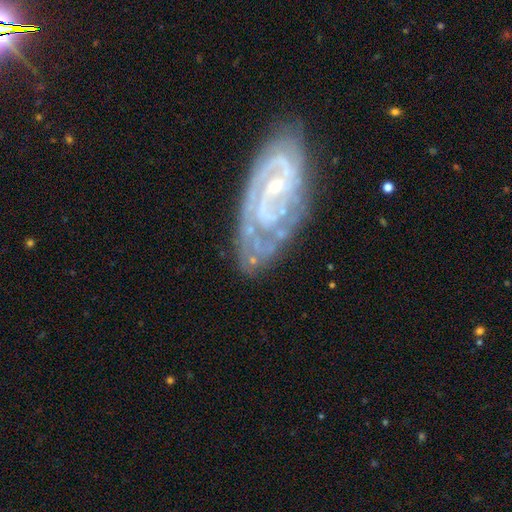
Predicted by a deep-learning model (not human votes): Smooth or featured: featured or disk — 81% (smooth — 11%)
Edge-on disk: no — 95% (yes — 5%)
Bar: no — 51% (weak — 35%)
Spiral arms: yes — 81% (no — 19%)
Spiral winding: tight — 53% (medium — 34%)
Spiral arm count: 2 — 39% (can't tell — 30%)
Bulge size: small — 49% (moderate — 34%)
Merging: none — 57% (minor disturbance — 21%)